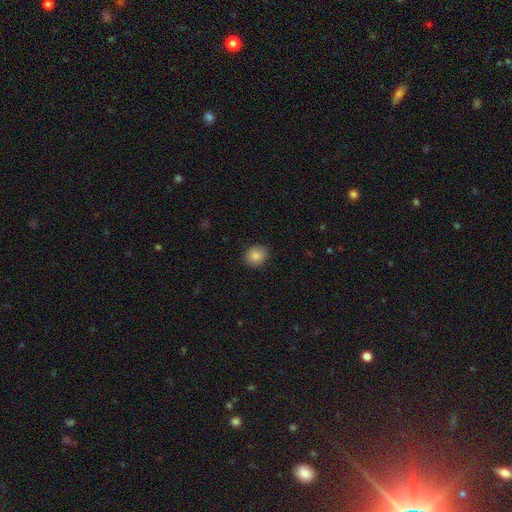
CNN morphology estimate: type=smooth (87%); roundness=round (76%); merging=none (87%).